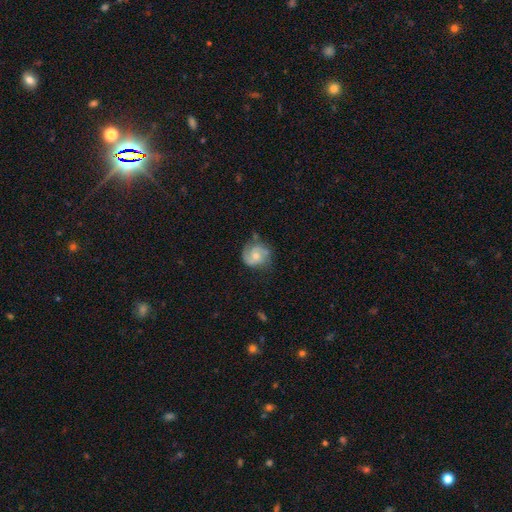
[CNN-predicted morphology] Smooth or featured? Predicted: featured or disk (p=0.60). Edge-on disk? Predicted: no (p=0.98). Bar? Predicted: no (p=0.66). Spiral arms? Predicted: yes (p=0.87). Spiral winding? Predicted: medium (p=0.45). Spiral arm count? Predicted: 2 (p=0.72). Bulge size? Predicted: moderate (p=0.52). Merging? Predicted: none (p=0.65).